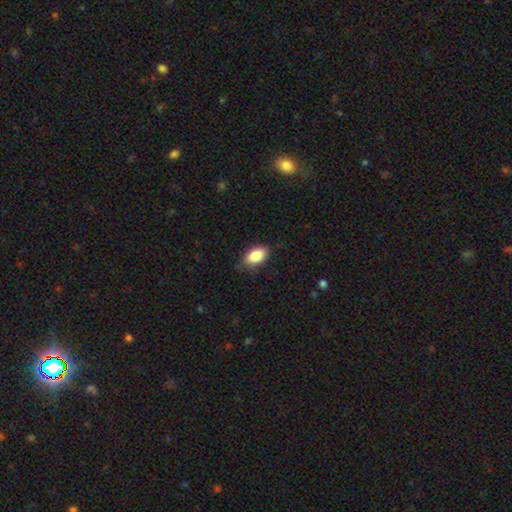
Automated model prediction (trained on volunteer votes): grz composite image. It shows a smooth galaxy with no disk features (86%) that is in between round and cigar-shaped (92%). Merging: none (78%).